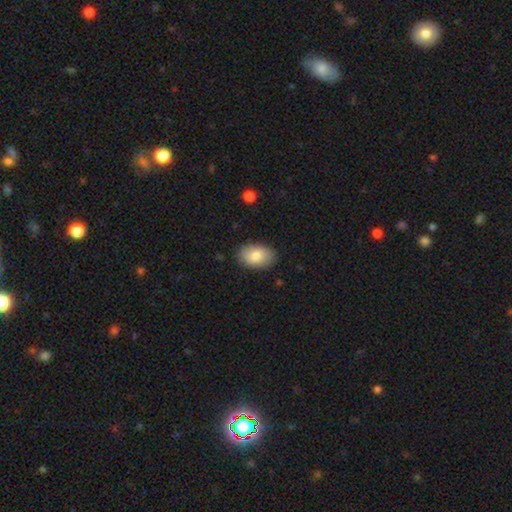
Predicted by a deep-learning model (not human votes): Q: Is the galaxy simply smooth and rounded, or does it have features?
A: smooth — 83%.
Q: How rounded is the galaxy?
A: in between — 90%.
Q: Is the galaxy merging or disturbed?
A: none — 86%.